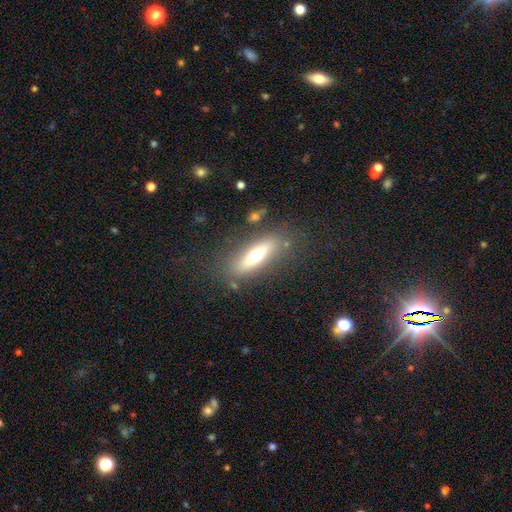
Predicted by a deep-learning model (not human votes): Smooth or featured: smooth — 50% (featured or disk — 42%)
Merging: none — 79% (minor disturbance — 12%)